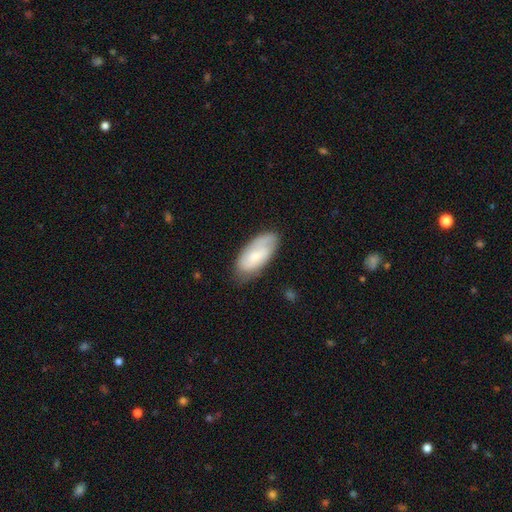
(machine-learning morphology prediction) This is possibly a smooth galaxy (56%). How rounded: clearly in between (90%). Merging: likely none (71%).